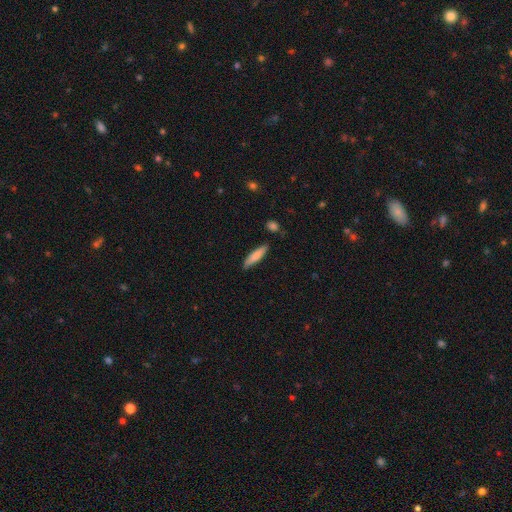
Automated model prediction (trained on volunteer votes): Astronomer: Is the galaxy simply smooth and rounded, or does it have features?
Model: smooth — 81%.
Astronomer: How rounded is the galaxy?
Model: cigar-shaped — 80%.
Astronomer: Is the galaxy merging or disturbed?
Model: none — 83%.